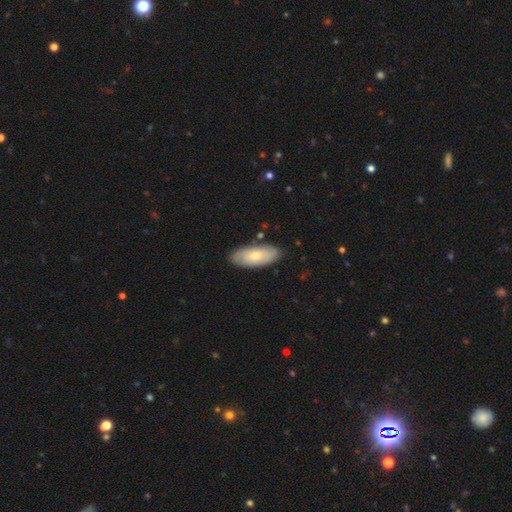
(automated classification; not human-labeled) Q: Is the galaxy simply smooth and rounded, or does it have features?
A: smooth — 66%.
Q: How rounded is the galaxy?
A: in between — 84%.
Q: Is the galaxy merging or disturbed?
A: none — 85%.